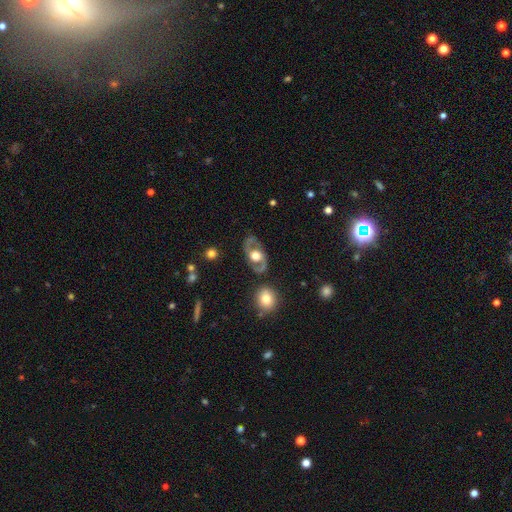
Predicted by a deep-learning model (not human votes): Q: Smooth or featured?
A: featured or disk (72%); runner-up: smooth (23%)
Q: Edge-on disk?
A: no (93%); runner-up: yes (7%)
Q: Bar?
A: no (75%); runner-up: weak (19%)
Q: Spiral arms?
A: yes (64%); runner-up: no (36%)
Q: Bulge size?
A: moderate (47%); runner-up: large (46%)
Q: Merging?
A: none (75%); runner-up: minor disturbance (15%)